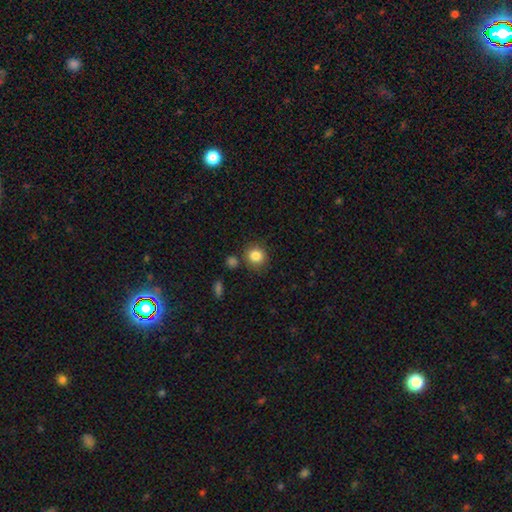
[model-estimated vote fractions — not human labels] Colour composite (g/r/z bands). It shows a smooth galaxy with no disk features (85%) that is round (84%). Merging: none (80%).